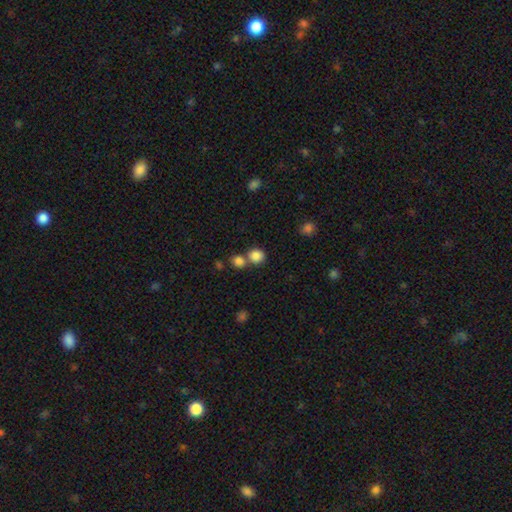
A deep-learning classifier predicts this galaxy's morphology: Smooth or featured?
  - smooth: 84% *
  - star or artifact: 11%
  - featured or disk: 5%
How rounded?
  - round: 85% *
  - in between: 14%
  - cigar-shaped: 1%
Merging?
  - none: 57% *
  - merger: 33%
  - minor disturbance: 7%
  - major disturbance: 3%